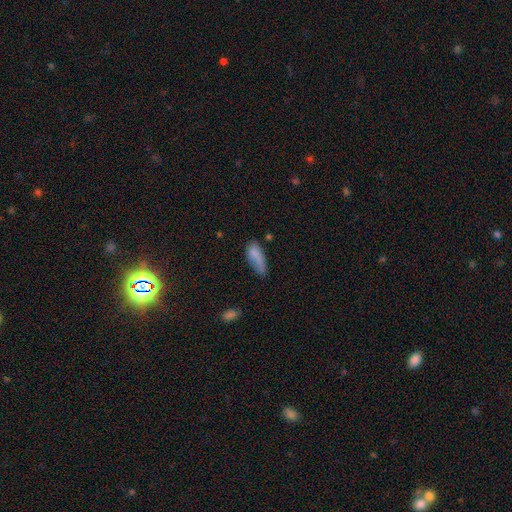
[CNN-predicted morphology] Smooth or featured? smooth (79%)
How rounded? in between (75%)
Merging? none (42%)